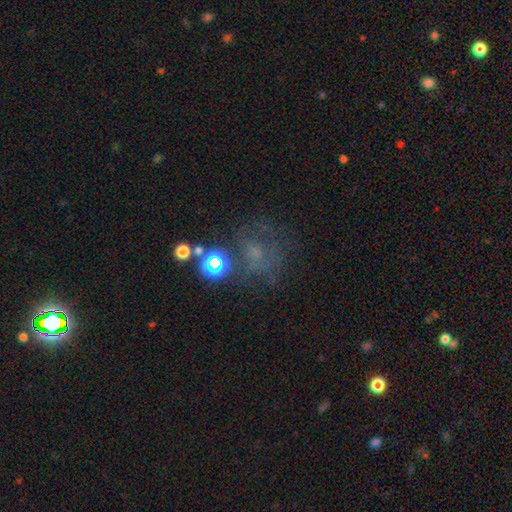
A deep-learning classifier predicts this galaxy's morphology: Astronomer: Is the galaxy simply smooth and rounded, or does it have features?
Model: smooth — 44% (runner-up: star or artifact, 31%).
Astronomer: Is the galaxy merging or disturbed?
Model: none — 55%.